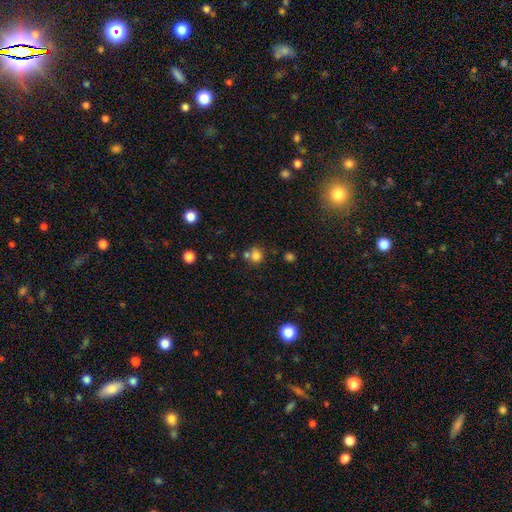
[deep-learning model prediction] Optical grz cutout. It shows a smooth galaxy with no disk features (77%) that is round (81%). Merging: none (54%).